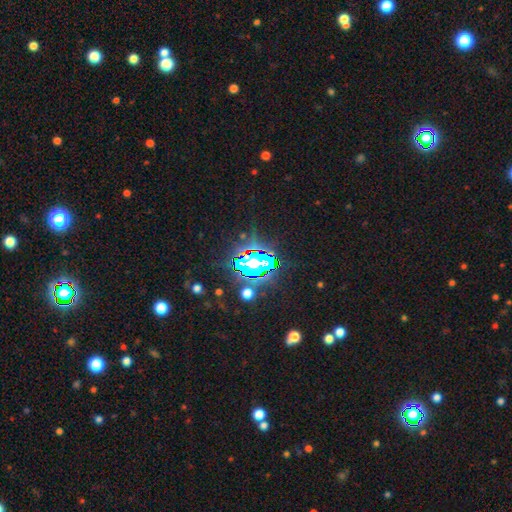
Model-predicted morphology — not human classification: A star or artifact, not a galaxy (82%).